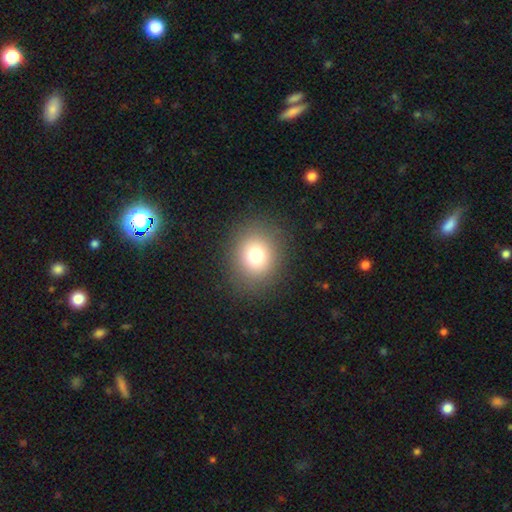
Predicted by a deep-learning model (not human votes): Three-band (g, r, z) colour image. It shows a smooth galaxy with no disk features (76%) that is round (77%). Merging: none (88%).